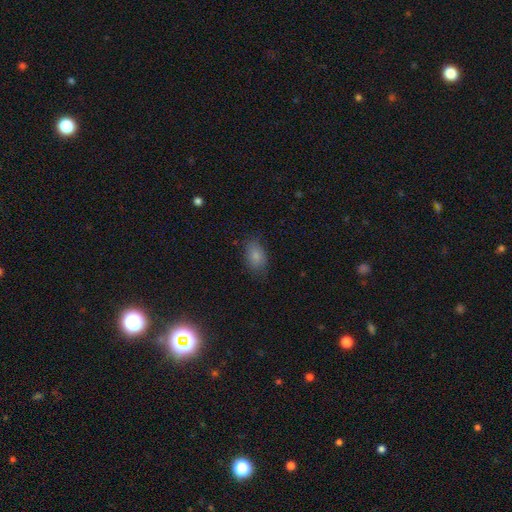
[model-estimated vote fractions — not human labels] Smooth or featured? smooth (84%)
How rounded? in between (88%)
Merging? none (77%)